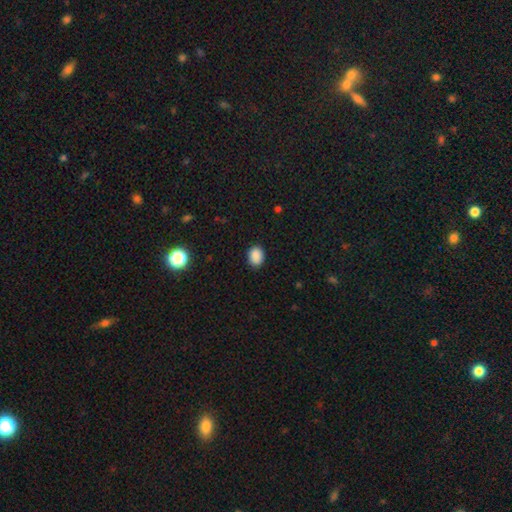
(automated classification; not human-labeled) The model was most divided on "how rounded": in between: 62%, round: 37%, cigar-shaped: 1%. More confident: smooth or featured — smooth (88%); merging — none (87%).